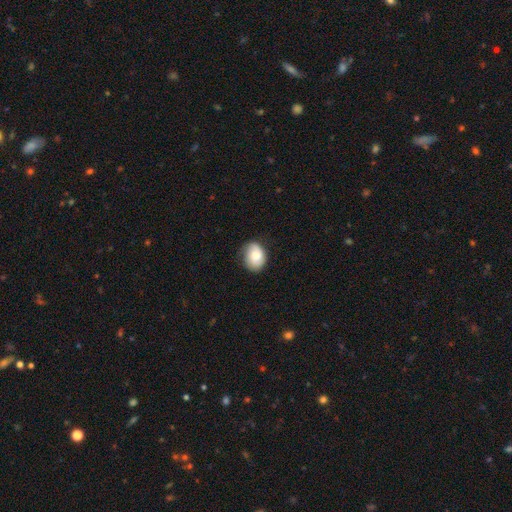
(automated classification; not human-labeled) Q: Smooth or featured?
A: smooth (72%); runner-up: featured or disk (21%)
Q: How rounded?
A: in between (59%); runner-up: round (40%)
Q: Merging?
A: none (68%); runner-up: minor disturbance (25%)